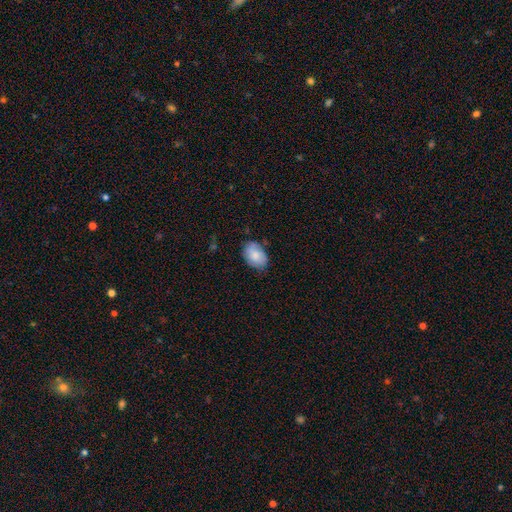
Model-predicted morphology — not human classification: Smooth or featured: smooth — 81% (featured or disk — 13%)
How rounded: in between — 85% (round — 14%)
Merging: none — 73% (minor disturbance — 22%)